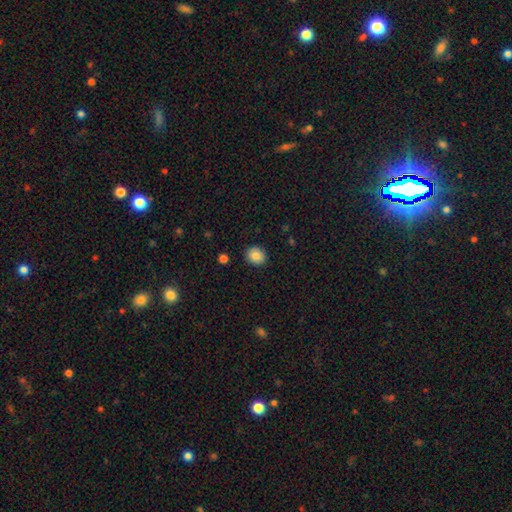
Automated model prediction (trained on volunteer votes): Smooth or featured?
  - smooth: 84% *
  - star or artifact: 9%
  - featured or disk: 7%
How rounded?
  - round: 78% *
  - in between: 21%
  - cigar-shaped: 1%
Merging?
  - none: 90% *
  - minor disturbance: 7%
  - major disturbance: 2%
  - merger: 1%